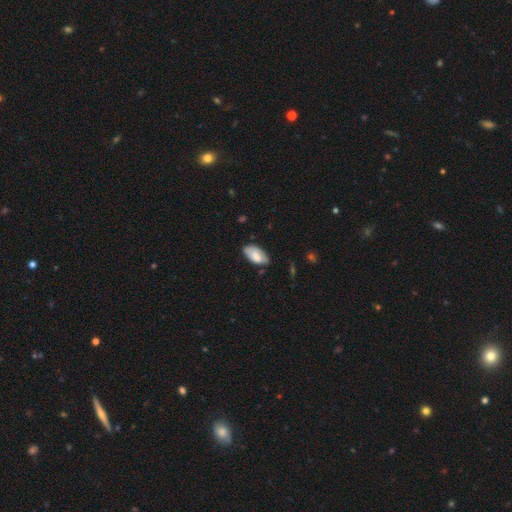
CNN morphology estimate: Smooth or featured? smooth (74%)
How rounded? in between (94%)
Merging? none (65%)